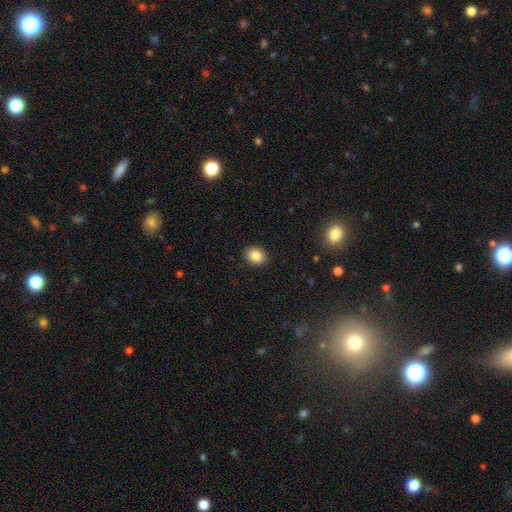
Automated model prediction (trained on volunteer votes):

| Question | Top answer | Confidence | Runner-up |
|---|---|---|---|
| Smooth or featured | smooth | 86% | star or artifact (9%) |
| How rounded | round | 56% | in between (43%) |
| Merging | none | 90% | minor disturbance (7%) |